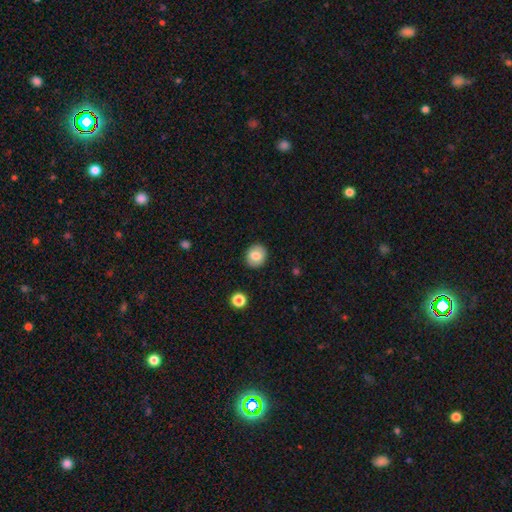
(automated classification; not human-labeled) This appears to be a smooth galaxy with no disk features (78%) that is round (82%). Merging: none (90%).